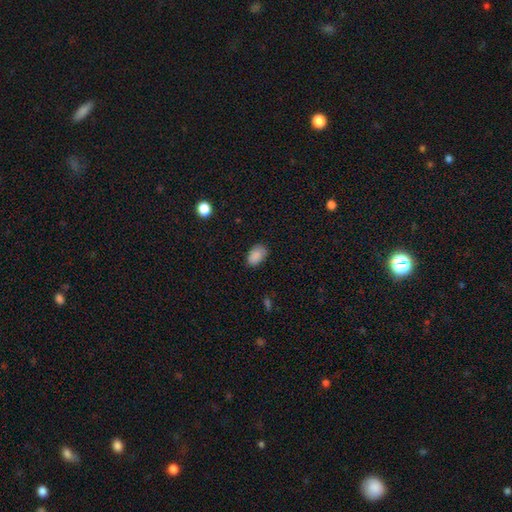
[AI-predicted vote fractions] Smooth or featured? smooth (88%)
How rounded? in between (89%)
Merging? none (75%)